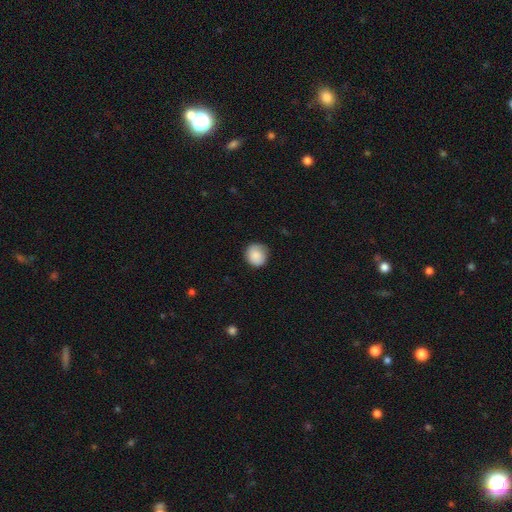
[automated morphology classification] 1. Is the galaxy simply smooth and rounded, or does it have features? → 87% smooth, 7% star or artifact, 6% featured or disk.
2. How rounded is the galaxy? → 90% round, 9% in between, 1% cigar-shaped.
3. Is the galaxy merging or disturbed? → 81% none, 15% minor disturbance, 3% major disturbance, 1% merger.